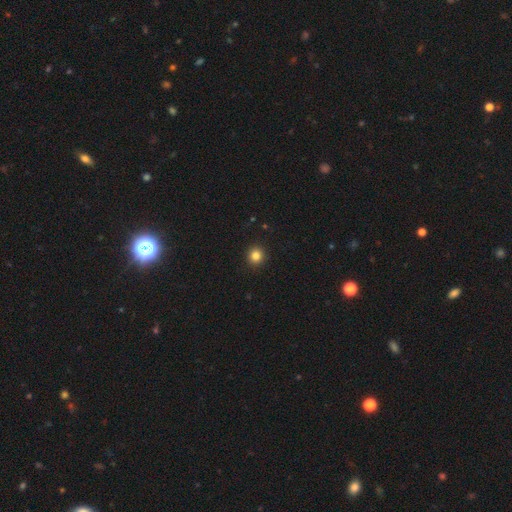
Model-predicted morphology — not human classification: The model was most divided on "smooth or featured": smooth: 84%, star or artifact: 12%, featured or disk: 4%. More confident: how rounded — round (93%); merging — none (93%).